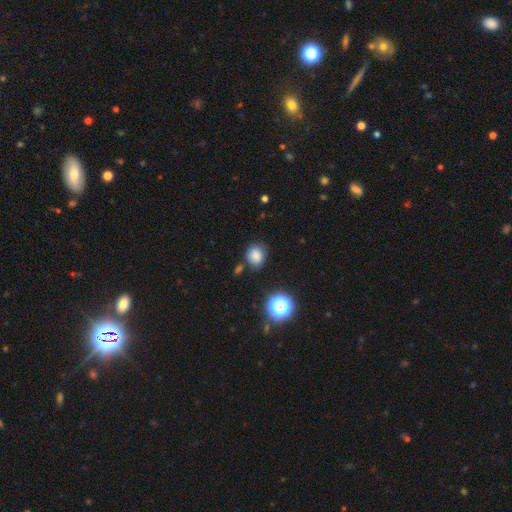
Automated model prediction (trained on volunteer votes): Smooth or featured? Predicted: smooth (p=0.80). How rounded? Predicted: round (p=0.71). Merging? Predicted: none (p=0.71).